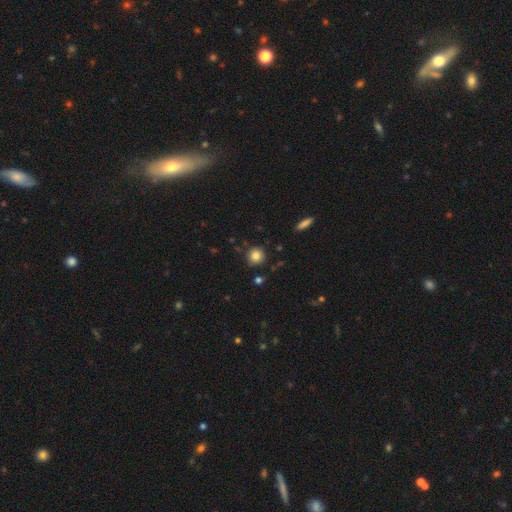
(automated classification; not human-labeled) Smooth or featured? smooth (84%)
How rounded? round (92%)
Merging? none (87%)